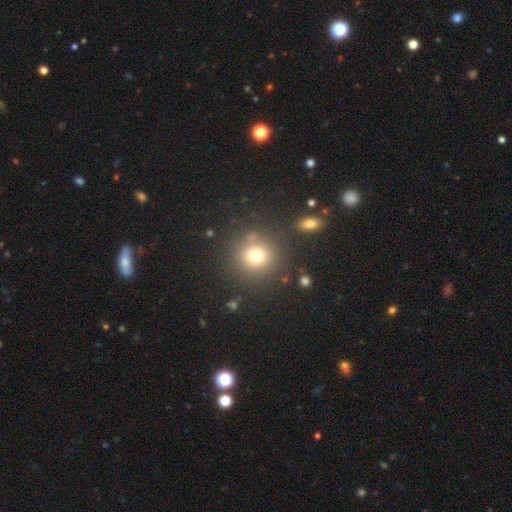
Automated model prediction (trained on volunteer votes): Smooth or featured: smooth — 73% (star or artifact — 16%)
How rounded: round — 91% (in between — 8%)
Merging: none — 82% (minor disturbance — 8%)